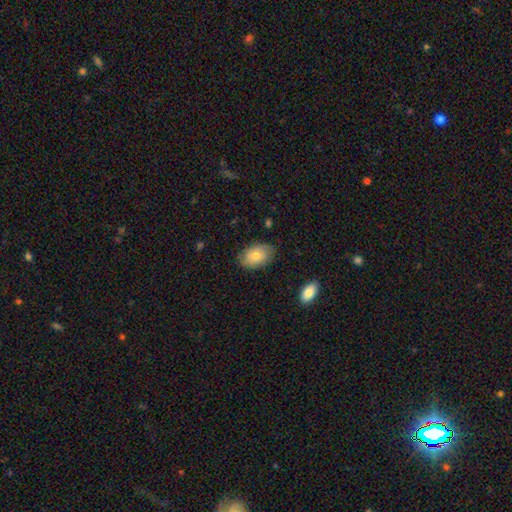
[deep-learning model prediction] The model was most divided on "smooth or featured": smooth: 77%, featured or disk: 16%, star or artifact: 7%. More confident: how rounded — in between (88%); merging — none (81%).